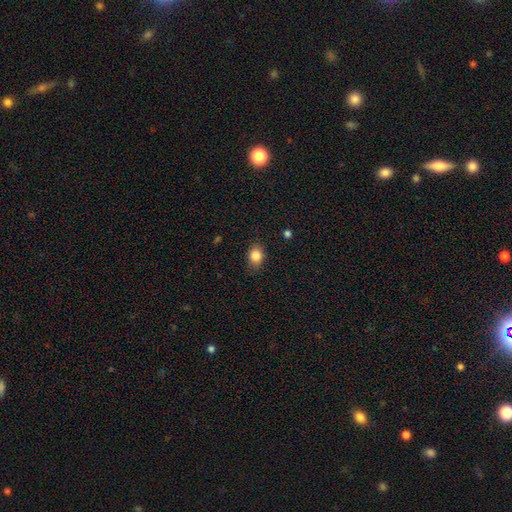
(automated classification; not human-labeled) The model was most divided on "how rounded": in between: 53%, round: 45%, cigar-shaped: 1%. More confident: smooth or featured — smooth (85%); merging — none (82%).